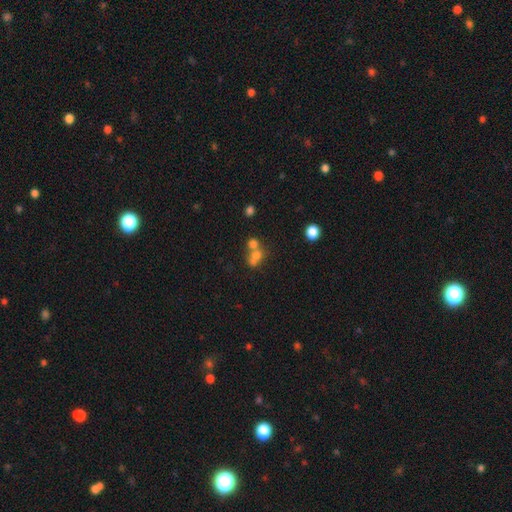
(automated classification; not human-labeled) Smooth or featured: smooth — 66% (featured or disk — 18%)
How rounded: round — 70% (in between — 29%)
Merging: merger — 59% (none — 30%)